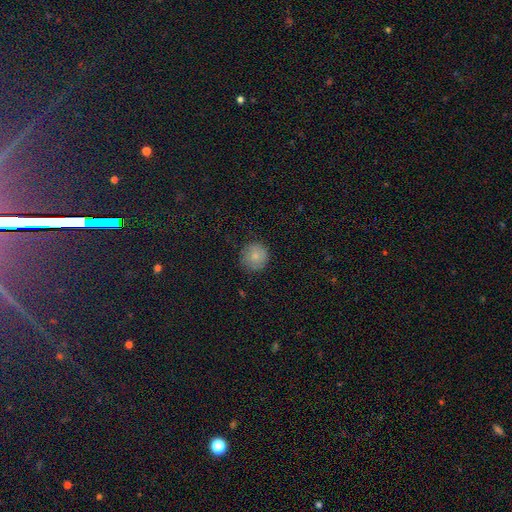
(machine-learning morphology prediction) The model was most divided on "smooth or featured": smooth: 79%, featured or disk: 12%, star or artifact: 9%. More confident: how rounded — round (93%); merging — none (84%).